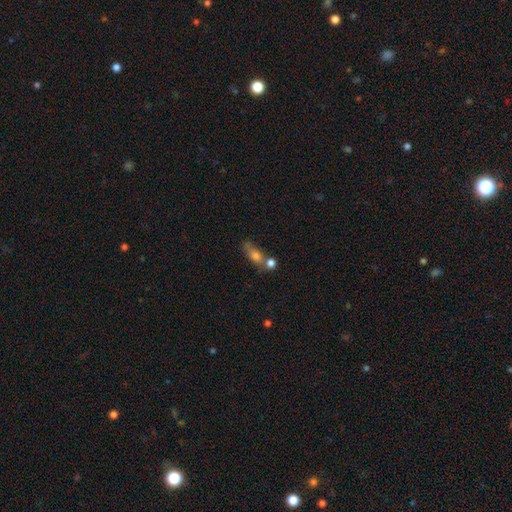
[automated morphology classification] A smooth galaxy with no disk features (68%) that is in between round and cigar-shaped (59%).

Vote fractions:
- Smooth or featured? smooth: 68% / featured or disk: 19% / star or artifact: 12%
- How rounded? in between: 59% / cigar-shaped: 21% / round: 20%
- Merging? none: 40% / merger: 32% / minor disturbance: 17% / major disturbance: 11%